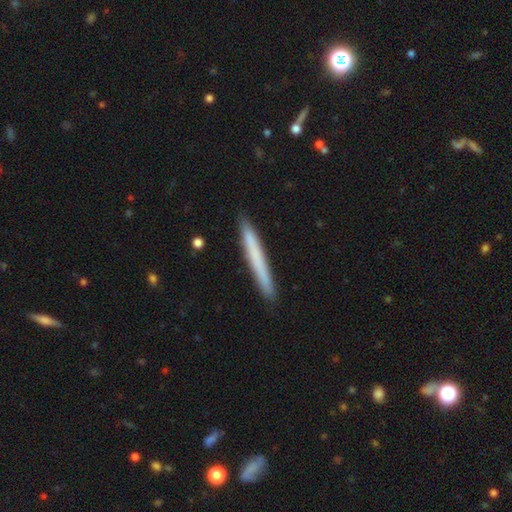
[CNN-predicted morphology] smooth-or-featured: smooth: 66% | featured or disk: 28% | star or artifact: 6%
  how-rounded: cigar-shaped: 97% | in between: 2% | round: 1%
  merging: none: 91% | minor disturbance: 7% | major disturbance: 1% | merger: 1%